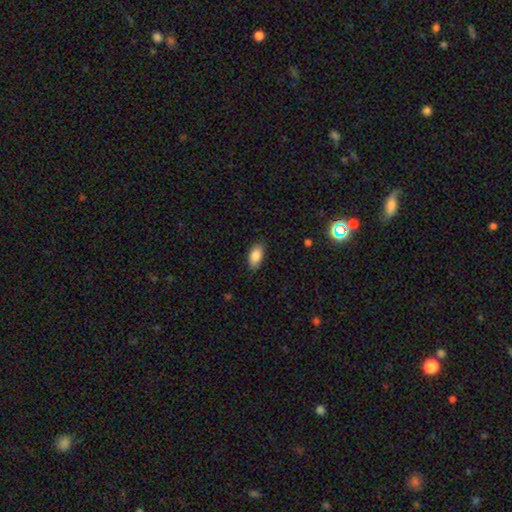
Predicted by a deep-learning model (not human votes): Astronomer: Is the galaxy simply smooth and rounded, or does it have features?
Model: smooth — 87%.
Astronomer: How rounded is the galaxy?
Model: in between — 93%.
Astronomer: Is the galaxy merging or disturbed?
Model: none — 85%.